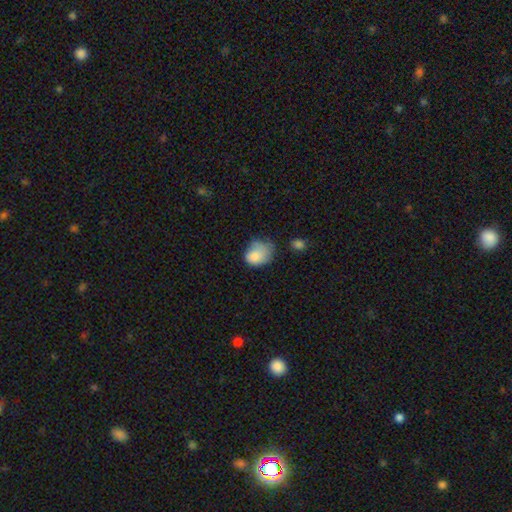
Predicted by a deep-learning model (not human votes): Overall: smooth (80%). How rounded: in between (53%; round 46%). Merging: minor disturbance (39%; none 29%).